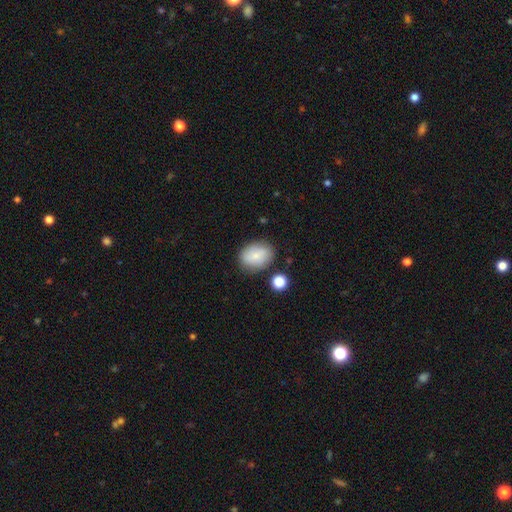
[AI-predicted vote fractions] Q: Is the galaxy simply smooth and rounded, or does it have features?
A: smooth — 76%.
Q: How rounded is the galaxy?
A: in between — 69%.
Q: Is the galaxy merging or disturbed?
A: none — 78%.